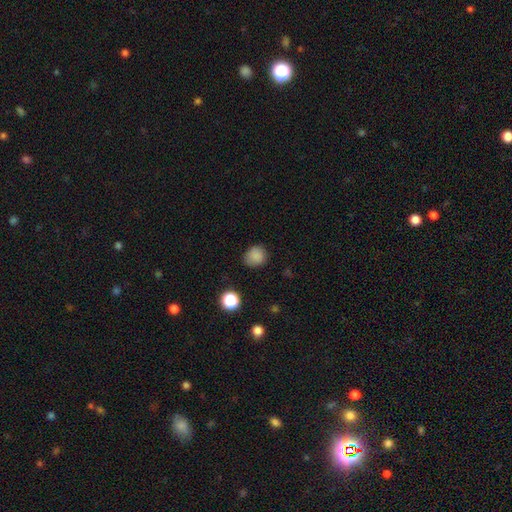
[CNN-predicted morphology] This appears to be a smooth galaxy with no disk features (85%) that is round (78%). Merging: none (77%).